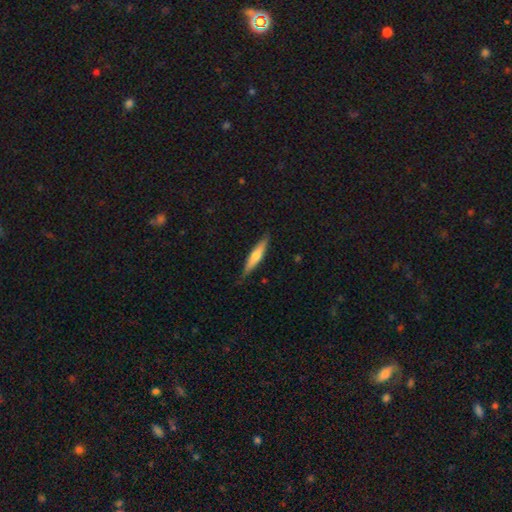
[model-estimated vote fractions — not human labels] This is possibly a smooth galaxy (52%). How rounded: clearly cigar-shaped (85%). Merging: clearly none (83%).